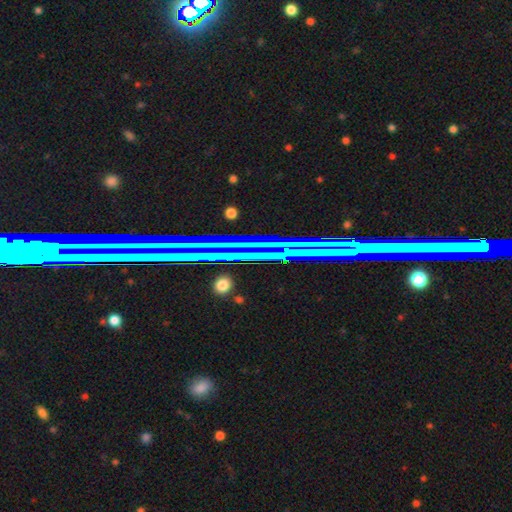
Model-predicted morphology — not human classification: Smooth or featured? Predicted: star or artifact (p=0.73).